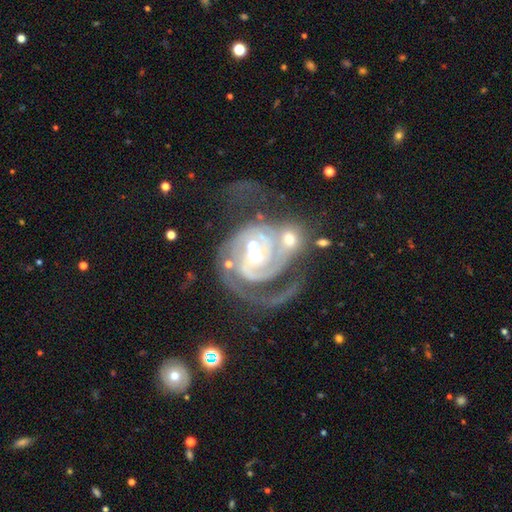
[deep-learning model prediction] Smooth or featured?
  - featured or disk: 89% *
  - star or artifact: 6%
  - smooth: 5%
Edge-on disk?
  - no: 98% *
  - yes: 2%
Bar?
  - no: 51% *
  - weak: 33%
  - strong: 16%
Spiral arms?
  - yes: 96% *
  - no: 4%
Spiral winding?
  - tight: 49% *
  - medium: 40%
  - loose: 11%
Spiral arm count?
  - 2: 61% *
  - can't tell: 13%
  - 3: 12%
  - 1: 8%
  - 4: 3%
  - more than 4: 3%
Bulge size?
  - moderate: 54% *
  - small: 38%
  - large: 5%
  - none: 2%
  - dominant: 1%
Merging?
  - merger: 41% *
  - none: 26%
  - major disturbance: 20%
  - minor disturbance: 12%